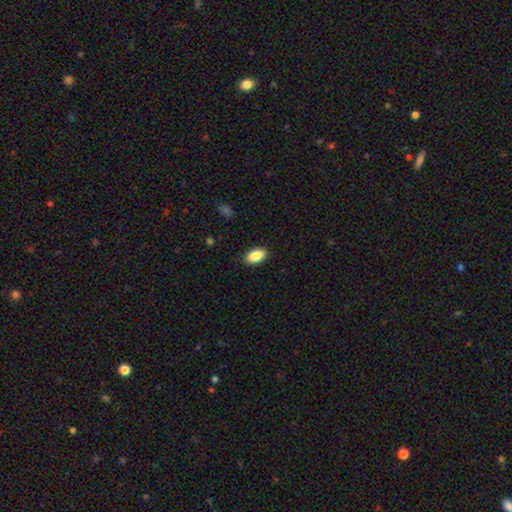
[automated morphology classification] This appears to be a smooth galaxy with no disk features (89%) that is in between round and cigar-shaped (93%). Merging: none (87%).